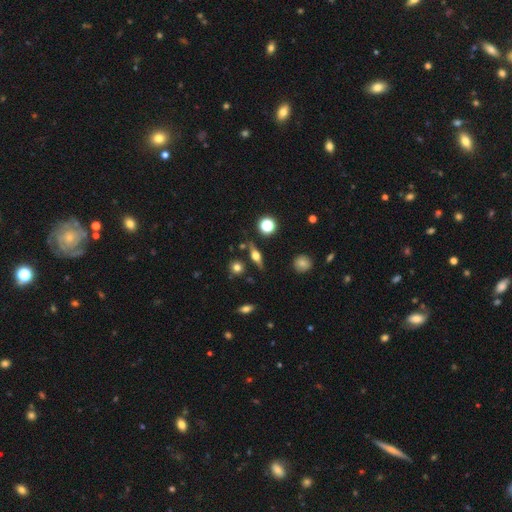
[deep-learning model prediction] The model was most divided on "smooth or featured": featured or disk: 59%, smooth: 30%, star or artifact: 11%. More confident: edge-on bulge — rounded (94%); edge-on disk — yes (92%); merging — none (81%).